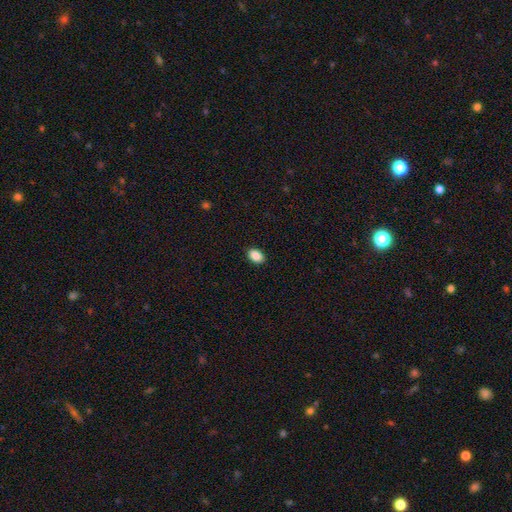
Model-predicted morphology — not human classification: This appears to be a smooth galaxy with no disk features (89%) that is in between round and cigar-shaped (85%). Merging: none (90%).